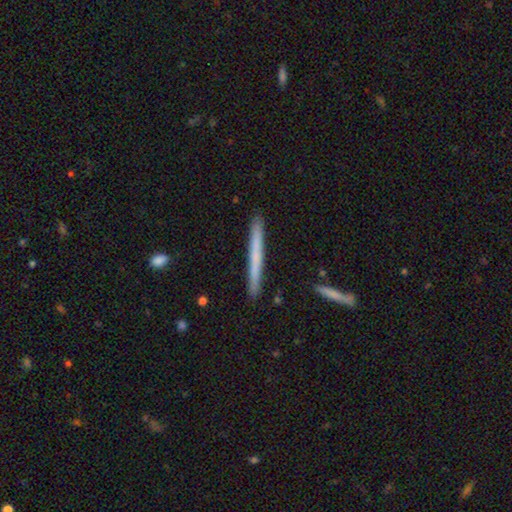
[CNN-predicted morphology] type=smooth (58%); roundness=cigar-shaped (97%); merging=none (91%).